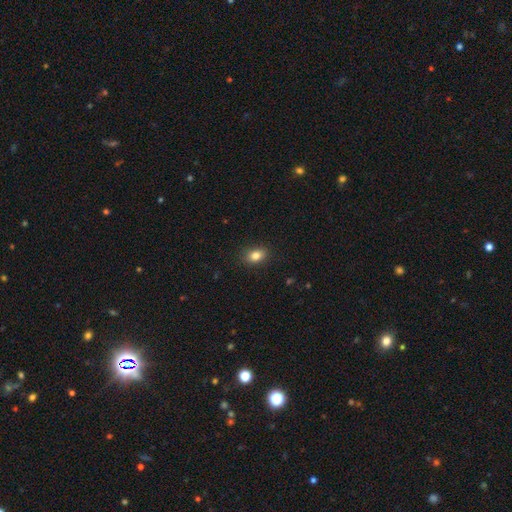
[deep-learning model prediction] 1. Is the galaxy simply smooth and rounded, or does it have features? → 84% smooth, 10% star or artifact, 6% featured or disk.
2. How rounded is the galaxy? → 75% in between, 24% round, 2% cigar-shaped.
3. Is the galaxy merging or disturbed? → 88% none, 9% minor disturbance, 2% major disturbance, 1% merger.